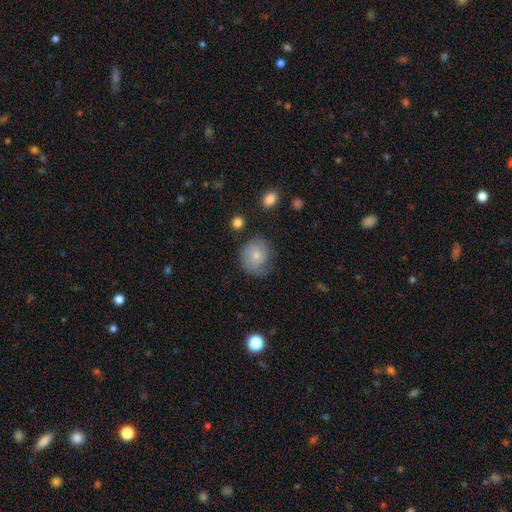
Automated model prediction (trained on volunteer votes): This is likely a smooth galaxy (66%). How rounded: likely round (76%). Merging: possibly none (59%).